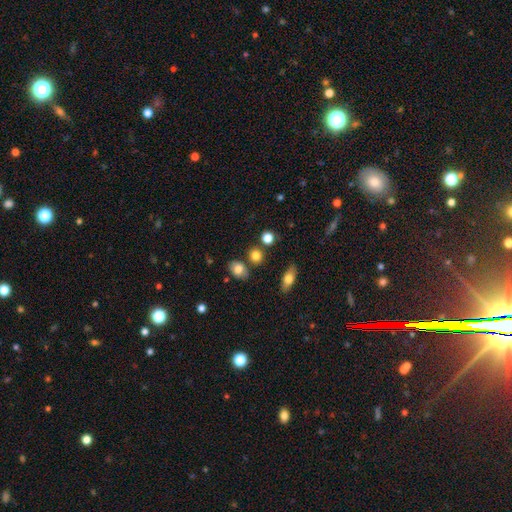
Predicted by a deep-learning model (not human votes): This appears to be a smooth galaxy with no disk features (82%) that is round (69%). Merging: none (77%).